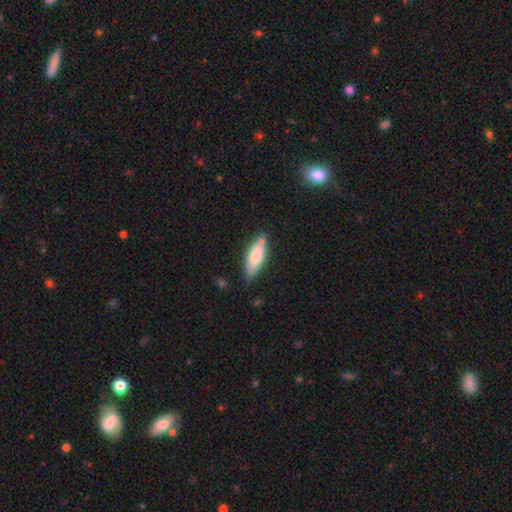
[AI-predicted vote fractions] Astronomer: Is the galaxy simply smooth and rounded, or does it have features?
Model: smooth — 71%.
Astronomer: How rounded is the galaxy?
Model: in between — 56% (runner-up: cigar-shaped, 42%).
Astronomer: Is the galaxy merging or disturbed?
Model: none — 76%.